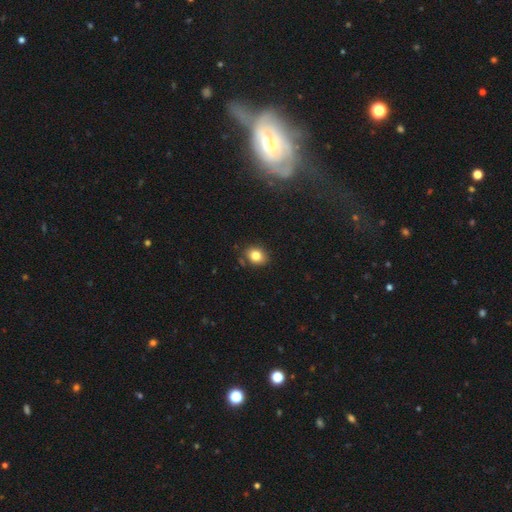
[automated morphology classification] This appears to be a smooth galaxy with no disk features (81%) that is in between round and cigar-shaped (51%). Merging: none (81%).